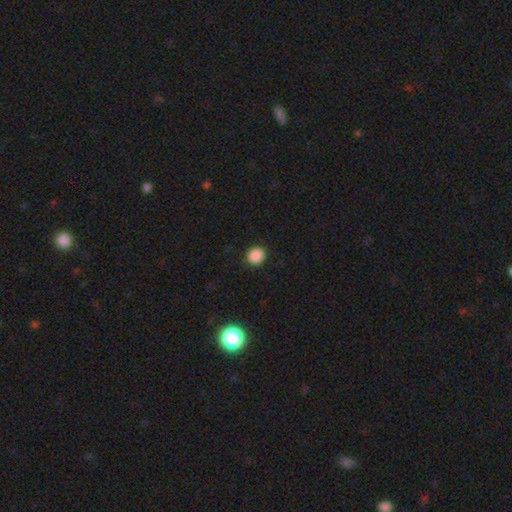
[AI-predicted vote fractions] This appears to be a smooth galaxy with no disk features (88%) that is round (84%). Merging: none (90%).